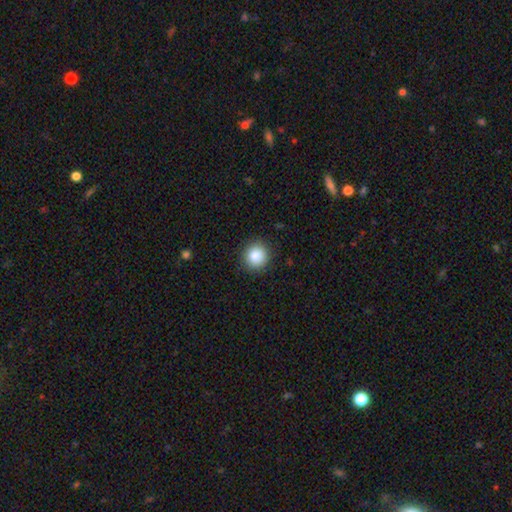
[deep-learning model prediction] A smooth galaxy with no disk features (87%) that is round (90%).

Vote fractions:
- Smooth or featured? smooth: 87% / star or artifact: 9% / featured or disk: 4%
- How rounded? round: 90% / in between: 9% / cigar-shaped: 1%
- Merging? none: 90% / minor disturbance: 7% / major disturbance: 2% / merger: 1%